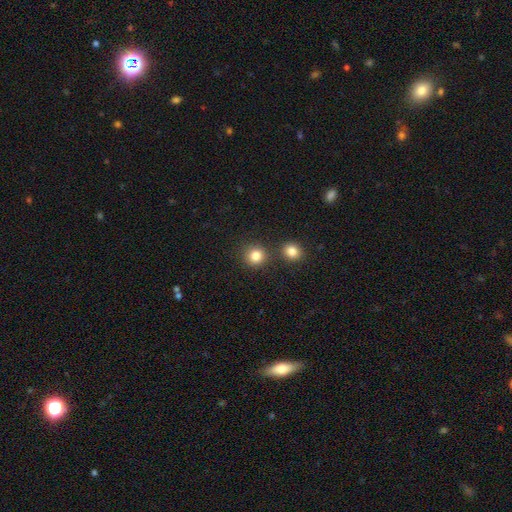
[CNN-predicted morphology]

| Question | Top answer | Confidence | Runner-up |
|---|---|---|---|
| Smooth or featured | smooth | 83% | star or artifact (12%) |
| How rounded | round | 92% | in between (8%) |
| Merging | none | 81% | merger (10%) |